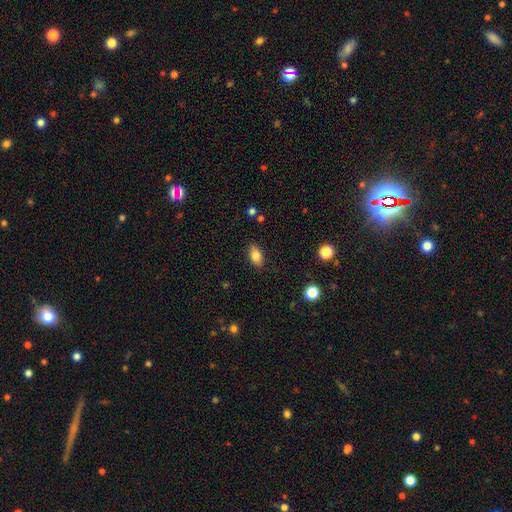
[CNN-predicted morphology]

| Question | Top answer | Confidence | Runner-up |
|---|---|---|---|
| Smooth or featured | smooth | 82% | featured or disk (9%) |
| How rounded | in between | 88% | round (8%) |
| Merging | none | 86% | minor disturbance (10%) |